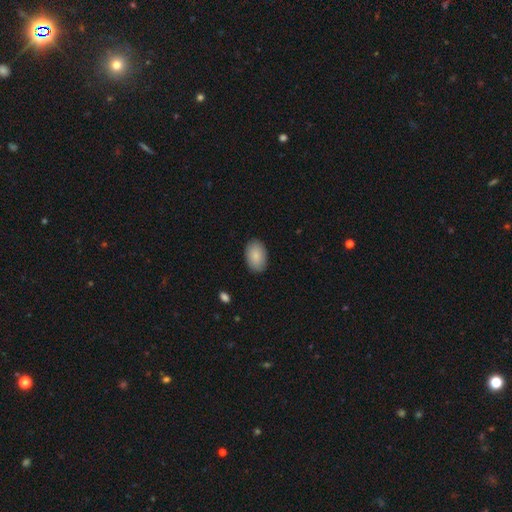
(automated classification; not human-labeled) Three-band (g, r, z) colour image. It shows a smooth galaxy with no disk features (87%) that is in between round and cigar-shaped (90%). Merging: none (88%).